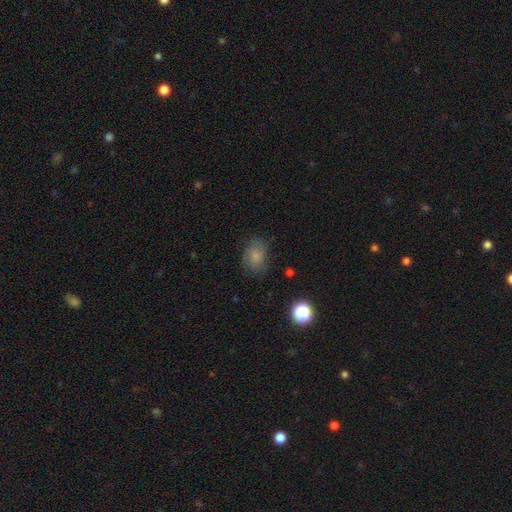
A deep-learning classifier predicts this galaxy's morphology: smooth_or_featured: smooth (p=0.75) [alt: featured or disk p=0.14]
how_rounded: in between (p=0.65) [alt: round p=0.34]
merging: none (p=0.70) [alt: minor disturbance p=0.21]